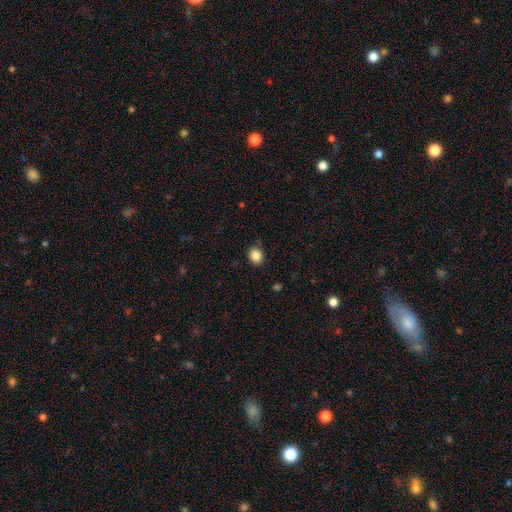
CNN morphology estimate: This appears to be a smooth galaxy with no disk features (86%) that is round (63%). Merging: none (85%).